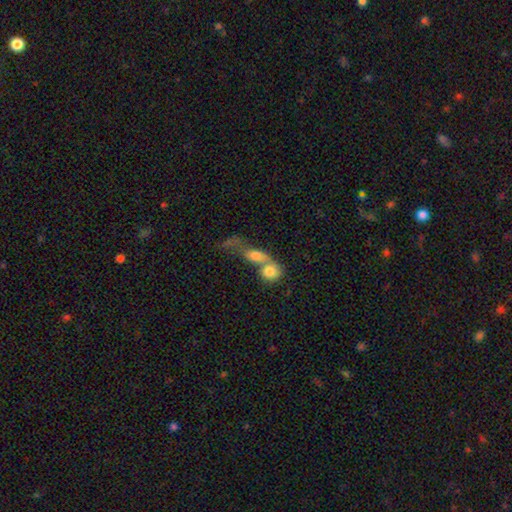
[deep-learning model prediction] Smooth or featured? Predicted: smooth (p=0.70). How rounded? Predicted: in between (p=0.55). Merging? Predicted: merger (p=0.74).